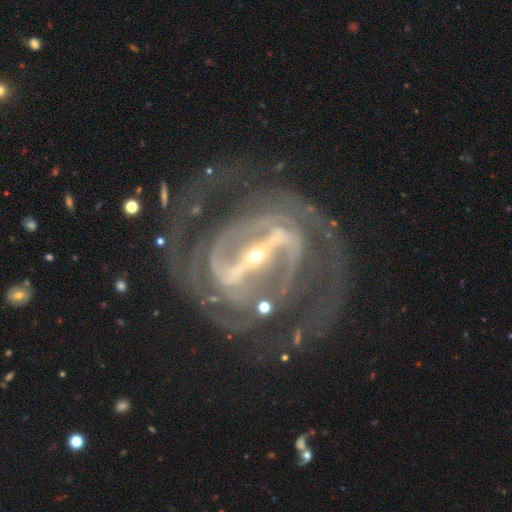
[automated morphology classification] This is clearly a featured or disk galaxy (93%). It is clearly not viewed edge-on (96%). Bar: clearly strong (86%). Spiral arm pattern: clearly yes (97%). Spiral arm count: possibly 2 (51%). Spiral winding: possibly tight (54%). Central bulge: clearly small (83%). Merging: likely none (71%).